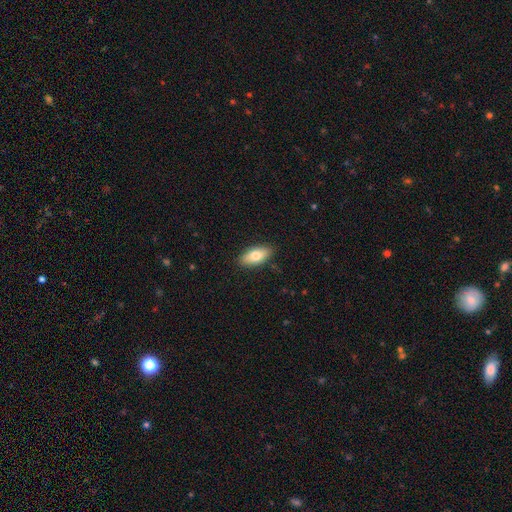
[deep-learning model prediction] The model was most divided on "smooth or featured": smooth: 76%, featured or disk: 18%, star or artifact: 6%. More confident: how rounded — in between (88%); merging — none (88%).